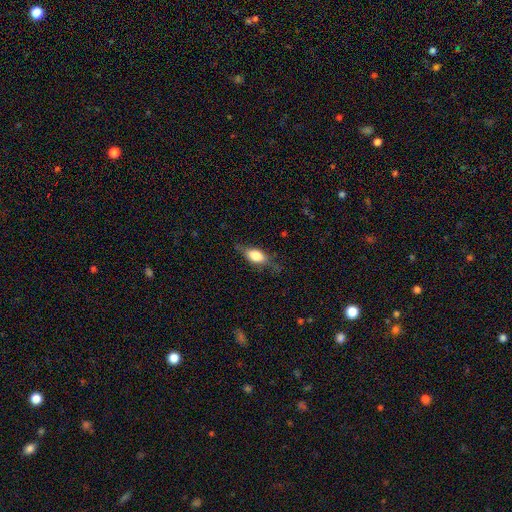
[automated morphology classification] smooth_or_featured: smooth (p=0.68) [alt: featured or disk p=0.25]
how_rounded: in between (p=0.78) [alt: cigar-shaped p=0.17]
merging: none (p=0.68) [alt: minor disturbance p=0.23]